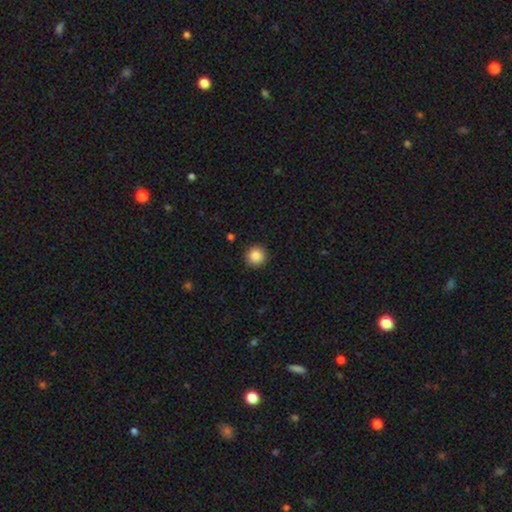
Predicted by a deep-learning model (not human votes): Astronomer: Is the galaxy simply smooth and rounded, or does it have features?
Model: smooth — 88%.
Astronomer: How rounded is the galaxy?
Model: round — 95%.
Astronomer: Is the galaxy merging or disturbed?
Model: none — 92%.